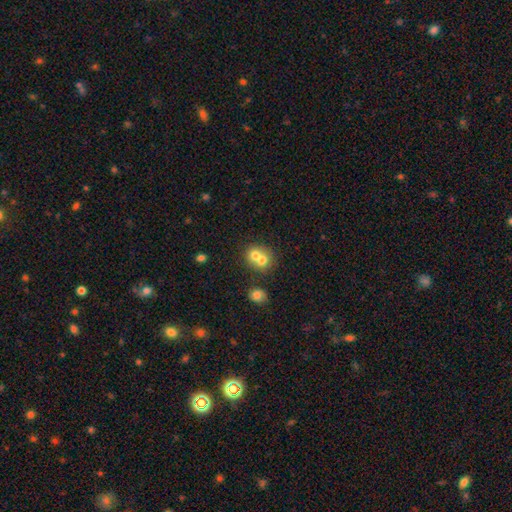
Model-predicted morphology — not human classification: smooth_or_featured: smooth (p=0.68) [alt: featured or disk p=0.21]
how_rounded: round (p=0.74) [alt: in between p=0.25]
merging: merger (p=0.65) [alt: none p=0.27]